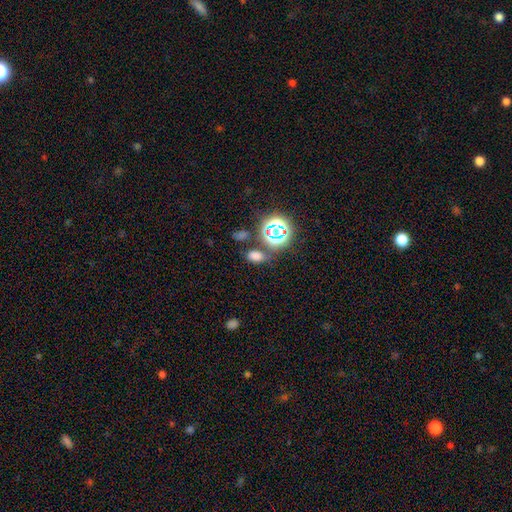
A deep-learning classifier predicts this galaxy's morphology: smooth-or-featured: smooth: 64% | star or artifact: 29% | featured or disk: 7%
  how-rounded: in between: 82% | round: 16% | cigar-shaped: 2%
  merging: none: 71% | minor disturbance: 13% | merger: 11% | major disturbance: 5%